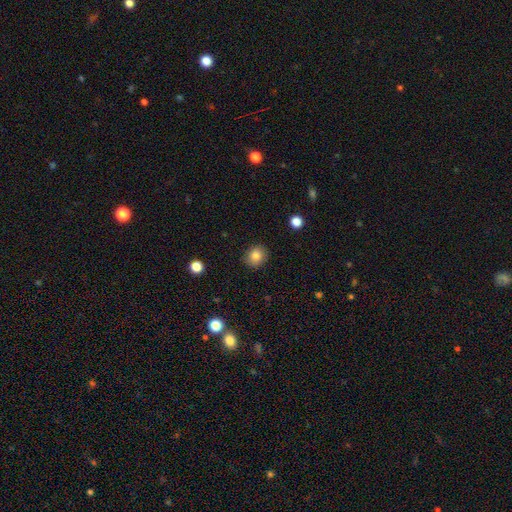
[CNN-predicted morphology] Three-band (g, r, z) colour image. It shows a smooth galaxy with no disk features (84%) that is round (70%). Merging: none (88%).